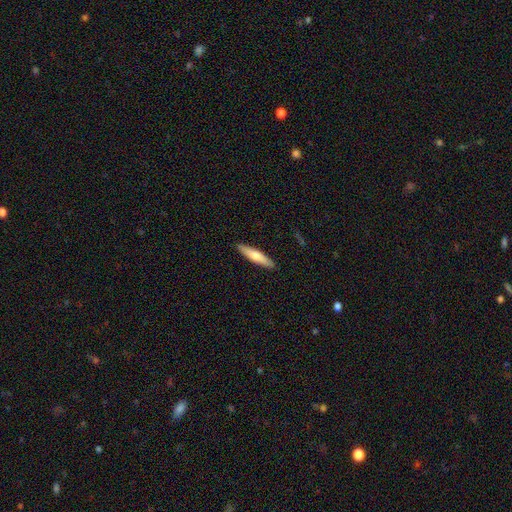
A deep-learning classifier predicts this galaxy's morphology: Smooth or featured? Predicted: smooth (p=0.65). How rounded? Predicted: cigar-shaped (p=0.83). Merging? Predicted: none (p=0.91).